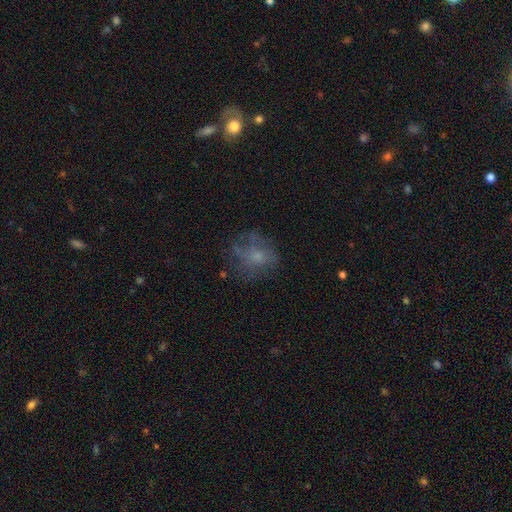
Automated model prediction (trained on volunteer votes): smooth 49%, featured or disk 36%, star or artifact 15%. Down the decision tree: merging — none (58%).